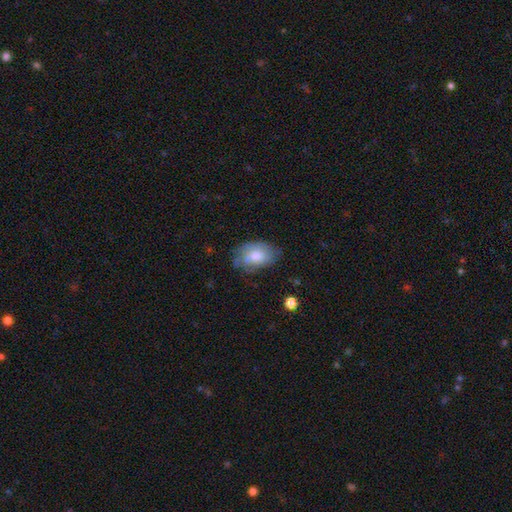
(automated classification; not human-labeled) Overall: smooth (67%). How rounded: in between (86%). Merging: none (59%; minor disturbance 29%).